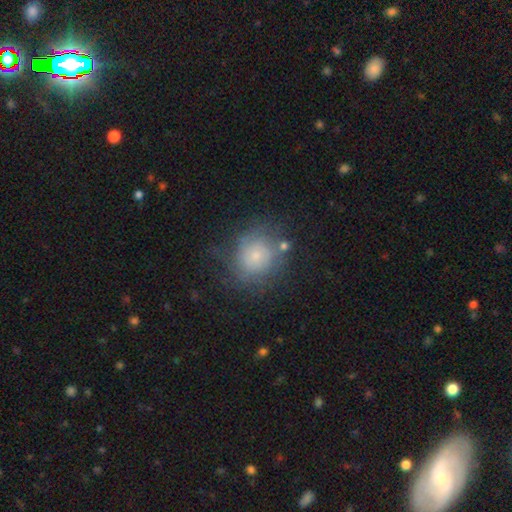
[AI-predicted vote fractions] smooth 58%, featured or disk 32%, star or artifact 10%. Down the decision tree: how rounded — round (82%); merging — none (60%).